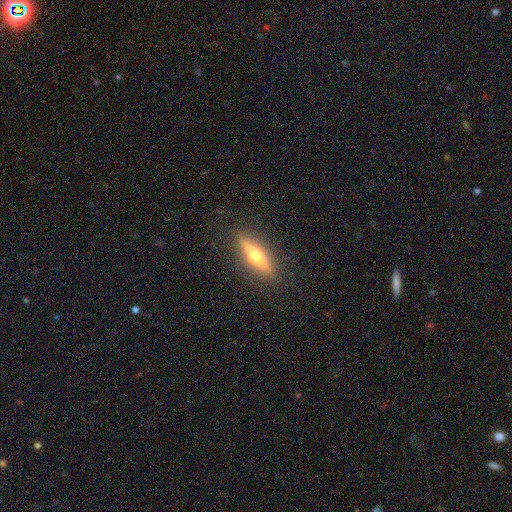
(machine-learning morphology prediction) smooth_or_featured: featured or disk (p=0.61) [alt: smooth p=0.32]
disk_edge_on: yes (p=0.92) [alt: no p=0.08]
edge_on_bulge: rounded (p=0.94) [alt: none p=0.03]
merging: none (p=0.88) [alt: minor disturbance p=0.09]